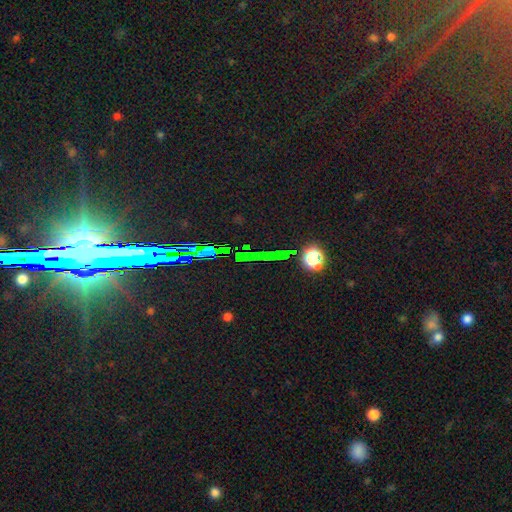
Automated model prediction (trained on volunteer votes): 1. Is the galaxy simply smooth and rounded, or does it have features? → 80% star or artifact, 11% featured or disk, 9% smooth.